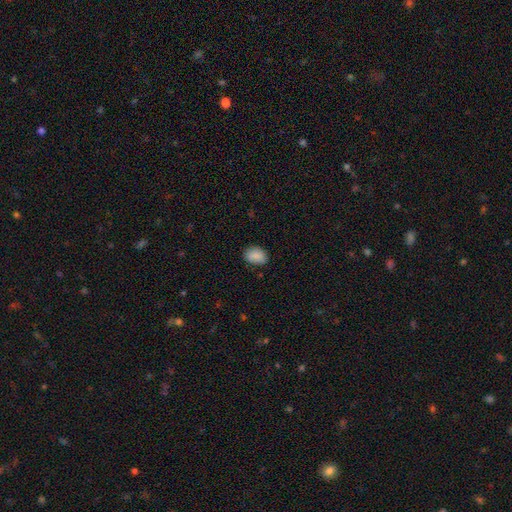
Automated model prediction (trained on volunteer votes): A smooth galaxy with no disk features (88%) that is in between round and cigar-shaped (79%).

Vote fractions:
- Smooth or featured? smooth: 88% / star or artifact: 7% / featured or disk: 5%
- How rounded? in between: 79% / round: 20% / cigar-shaped: 1%
- Merging? none: 81% / minor disturbance: 15% / major disturbance: 3% / merger: 1%